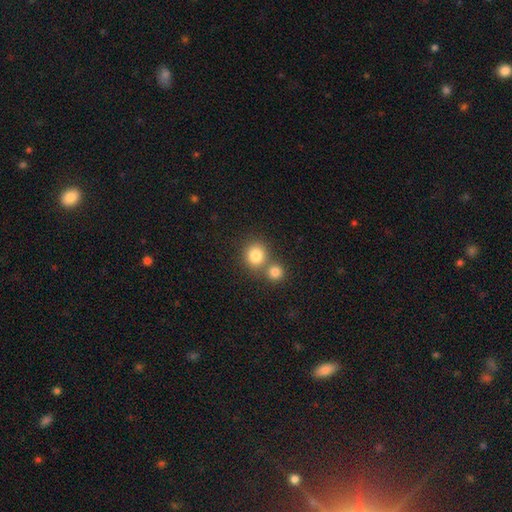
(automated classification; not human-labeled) Smooth or featured: smooth — 83% (star or artifact — 10%)
How rounded: round — 85% (in between — 14%)
Merging: none — 54% (merger — 36%)